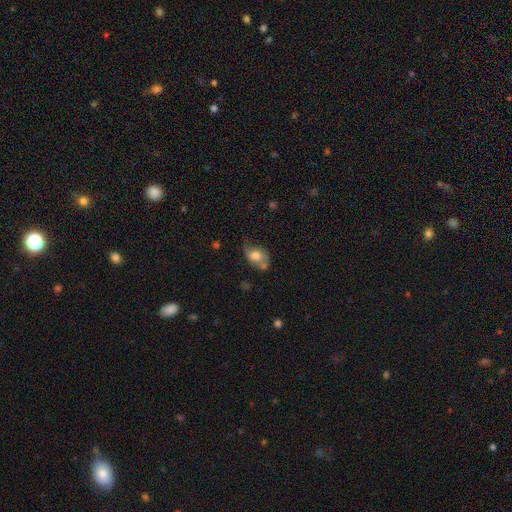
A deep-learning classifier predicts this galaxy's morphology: smooth 55%, featured or disk 36%, star or artifact 9%. Down the decision tree: how rounded — in between (70%); merging — none (44%).